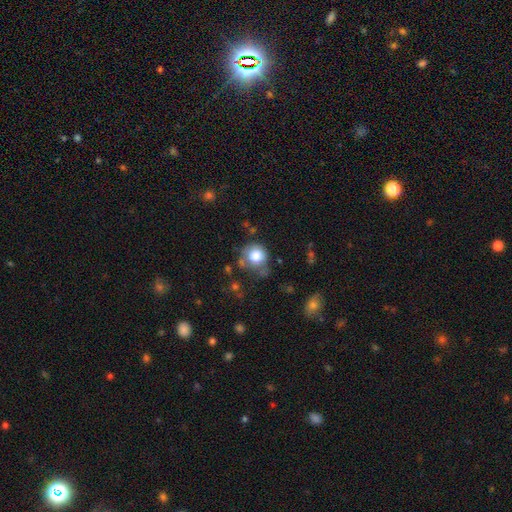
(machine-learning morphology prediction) smooth_or_featured: smooth (p=0.79) [alt: featured or disk p=0.11]
how_rounded: round (p=0.85) [alt: in between p=0.14]
merging: none (p=0.51) [alt: minor disturbance p=0.27]